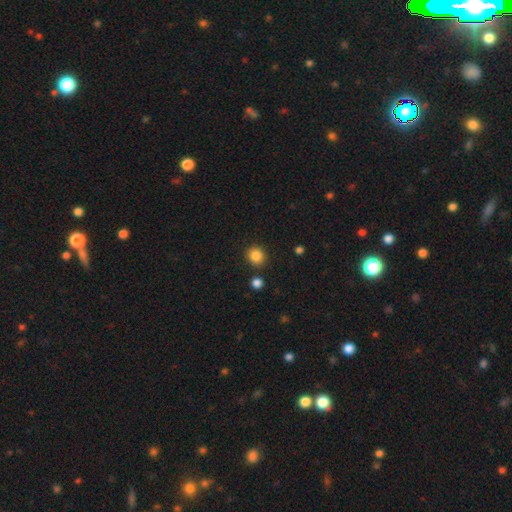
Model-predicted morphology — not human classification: Smooth or featured? smooth (86%)
How rounded? round (84%)
Merging? none (86%)